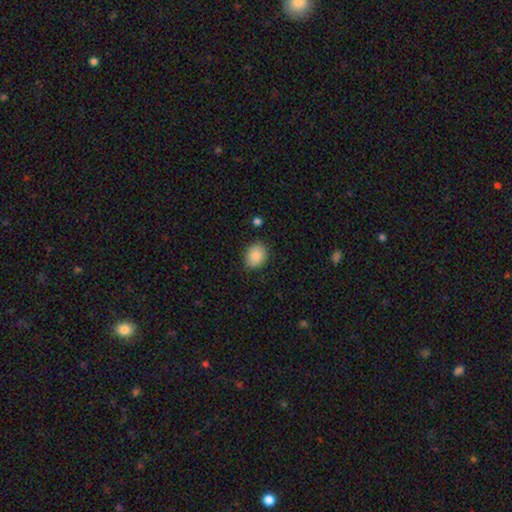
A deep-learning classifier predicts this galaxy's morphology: This appears to be a smooth galaxy with no disk features (88%) that is round (55%). Merging: none (82%).